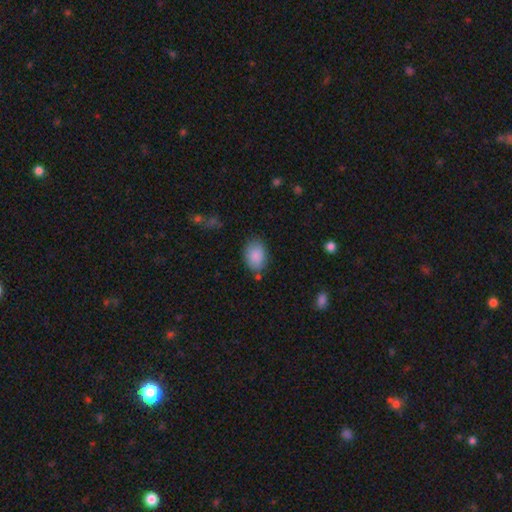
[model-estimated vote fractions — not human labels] A smooth galaxy with no disk features (88%) that is in between round and cigar-shaped (83%).

Vote fractions:
- Smooth or featured? smooth: 88% / star or artifact: 6% / featured or disk: 6%
- How rounded? in between: 83% / round: 15% / cigar-shaped: 1%
- Merging? none: 75% / minor disturbance: 17% / major disturbance: 4% / merger: 4%